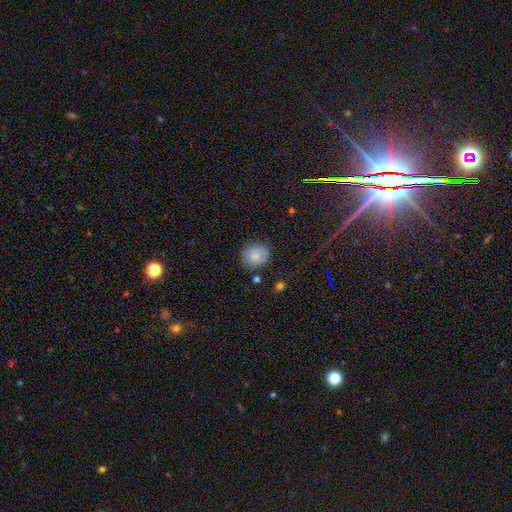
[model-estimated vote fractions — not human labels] A smooth galaxy with no disk features (83%) that is round (79%). Merging: none (79%).